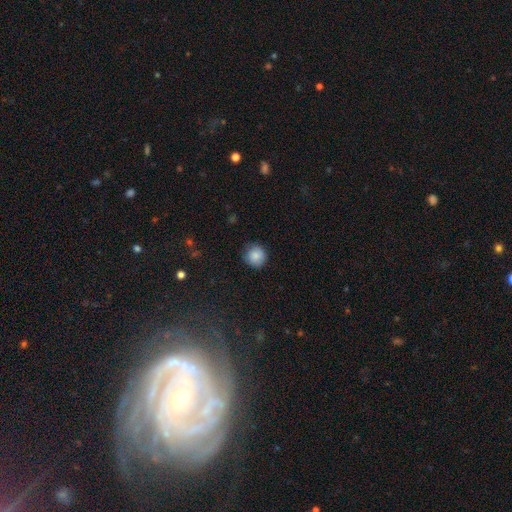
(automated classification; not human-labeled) Smooth or featured: smooth — 85% (star or artifact — 9%)
How rounded: round — 93% (in between — 6%)
Merging: none — 82% (minor disturbance — 14%)